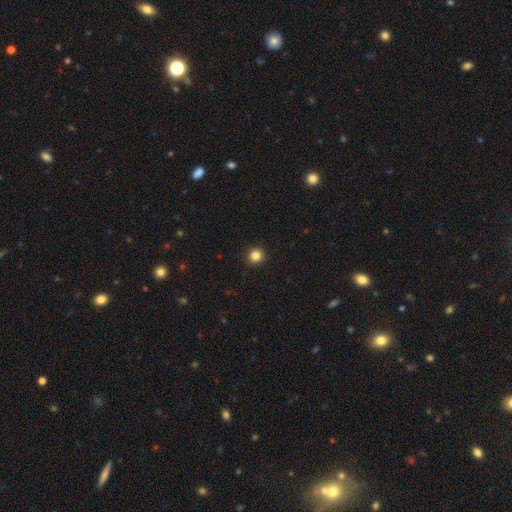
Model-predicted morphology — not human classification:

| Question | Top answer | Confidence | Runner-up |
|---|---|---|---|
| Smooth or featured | smooth | 84% | star or artifact (12%) |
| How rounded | round | 93% | in between (6%) |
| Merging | none | 93% | minor disturbance (5%) |